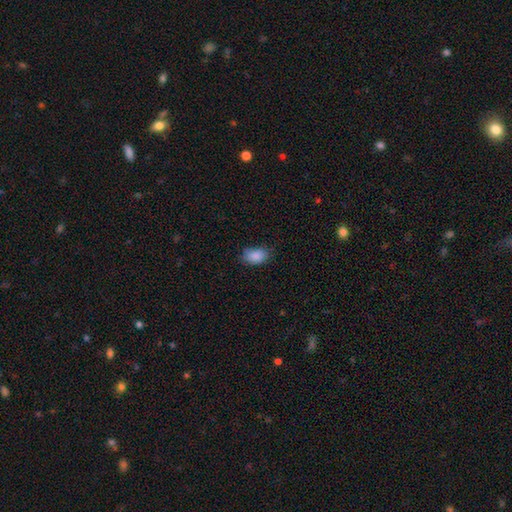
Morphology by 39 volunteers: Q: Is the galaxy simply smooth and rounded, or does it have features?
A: smooth — 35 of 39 (90%).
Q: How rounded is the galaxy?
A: in between — 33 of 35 (94%).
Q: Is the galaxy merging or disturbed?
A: none — 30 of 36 (83%).